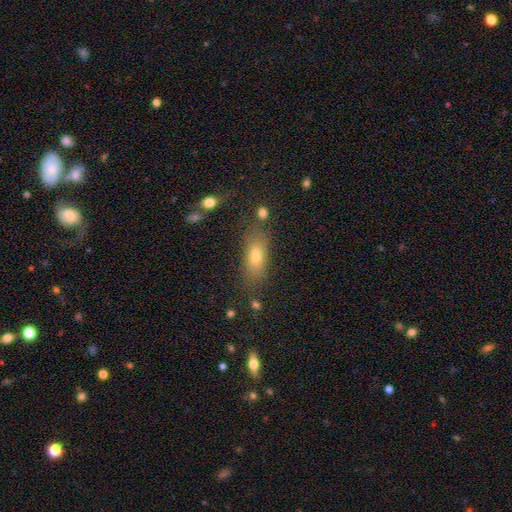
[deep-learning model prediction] Q: Smooth or featured?
A: smooth (74%); runner-up: featured or disk (15%)
Q: How rounded?
A: in between (73%); runner-up: cigar-shaped (22%)
Q: Merging?
A: none (74%); runner-up: minor disturbance (15%)